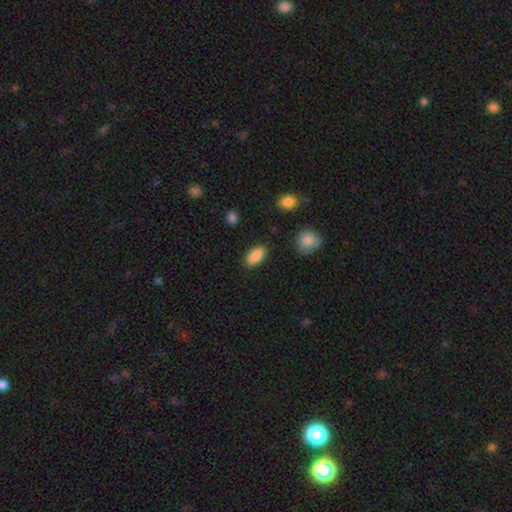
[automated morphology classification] Smooth or featured? Predicted: smooth (p=0.89). How rounded? Predicted: in between (p=0.92). Merging? Predicted: none (p=0.87).